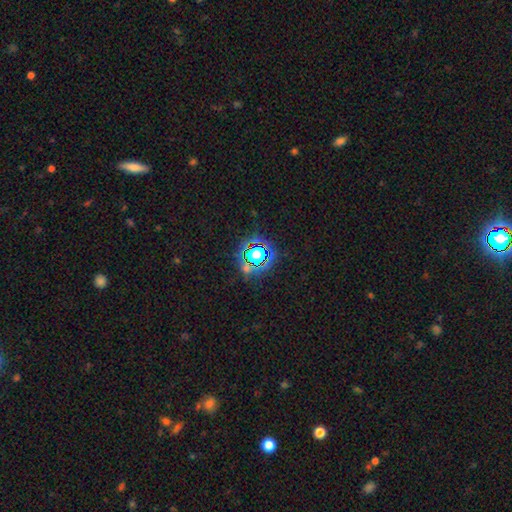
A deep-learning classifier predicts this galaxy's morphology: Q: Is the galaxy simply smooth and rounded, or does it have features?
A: star or artifact — 61%.